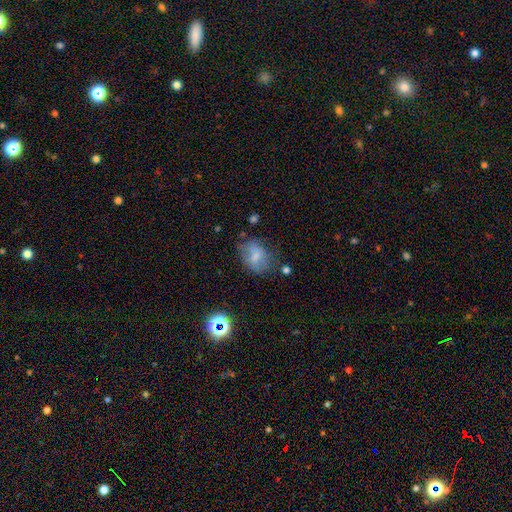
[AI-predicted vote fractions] Smooth or featured? smooth (64%)
How rounded? in between (71%)
Merging? none (50%)